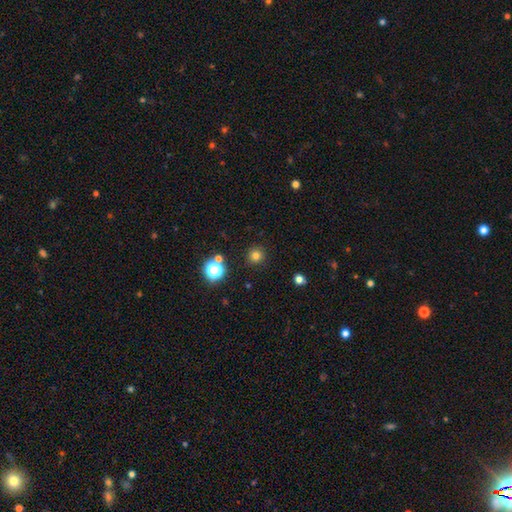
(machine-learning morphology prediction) Overall: smooth (77%). How rounded: round (95%). Merging: none (90%).